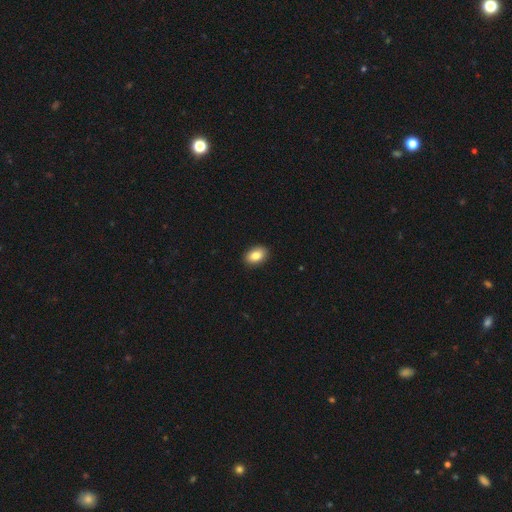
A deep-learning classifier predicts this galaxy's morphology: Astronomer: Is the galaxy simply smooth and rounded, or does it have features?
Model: smooth — 84%.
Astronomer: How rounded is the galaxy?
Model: in between — 85%.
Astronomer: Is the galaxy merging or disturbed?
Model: none — 91%.